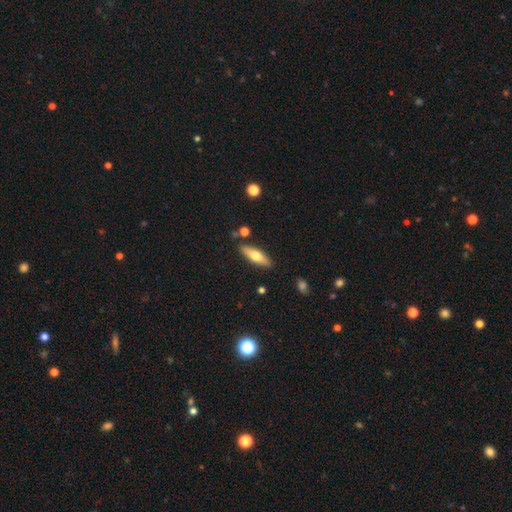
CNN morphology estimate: Smooth or featured: smooth — 59% (featured or disk — 35%)
How rounded: cigar-shaped — 52% (in between — 46%)
Merging: none — 85% (minor disturbance — 10%)